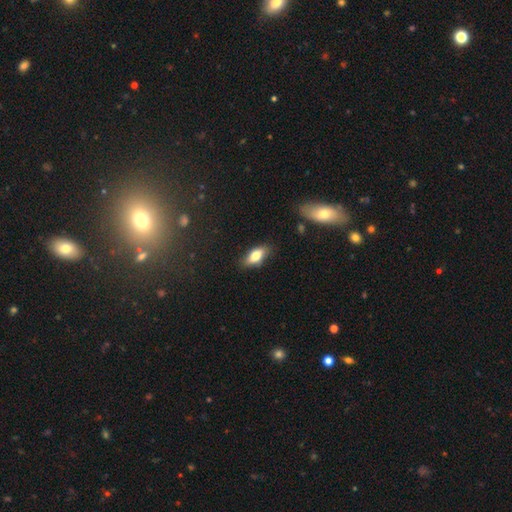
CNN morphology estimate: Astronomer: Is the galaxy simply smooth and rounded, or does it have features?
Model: smooth — 75%.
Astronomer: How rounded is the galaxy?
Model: in between — 81%.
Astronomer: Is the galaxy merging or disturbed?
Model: none — 82%.